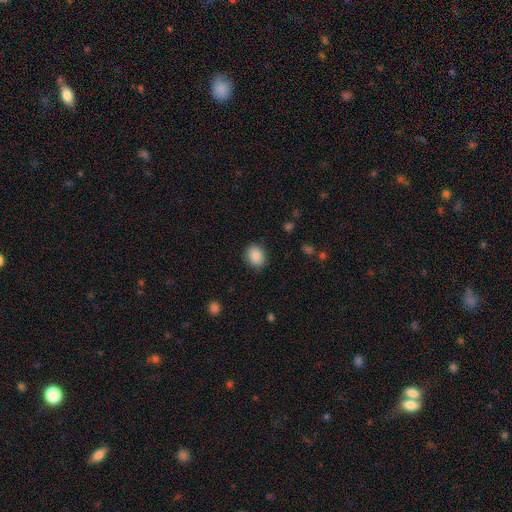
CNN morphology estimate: Smooth or featured: smooth — 87% (star or artifact — 8%)
How rounded: in between — 52% (round — 47%)
Merging: none — 87% (minor disturbance — 9%)